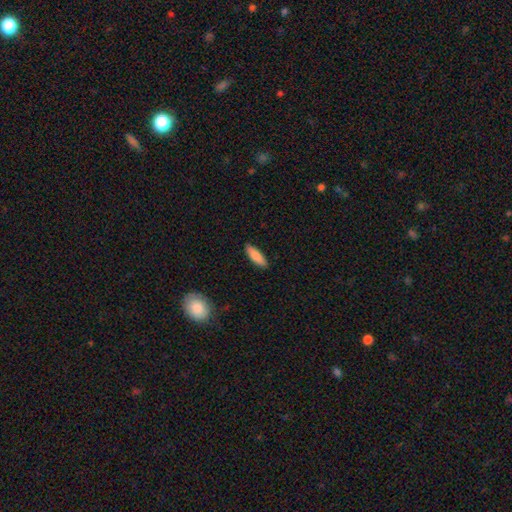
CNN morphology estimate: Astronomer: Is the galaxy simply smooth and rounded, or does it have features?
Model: smooth — 83%.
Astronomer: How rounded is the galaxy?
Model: cigar-shaped — 50% (runner-up: in between, 49%).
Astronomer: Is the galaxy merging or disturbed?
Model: none — 88%.